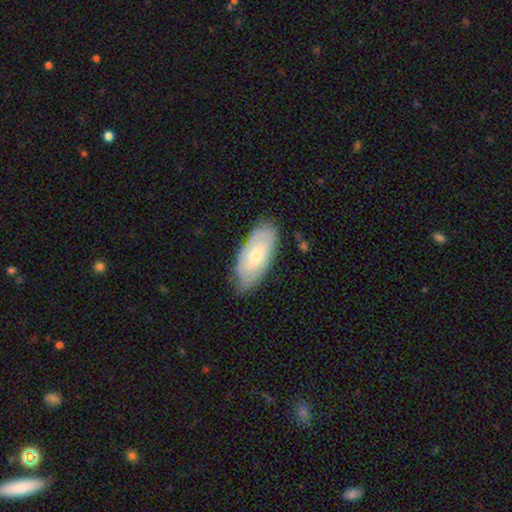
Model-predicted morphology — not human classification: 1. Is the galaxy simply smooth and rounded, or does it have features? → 57% smooth, 38% featured or disk, 6% star or artifact.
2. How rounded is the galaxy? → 89% in between, 9% cigar-shaped, 2% round.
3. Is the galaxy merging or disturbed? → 78% none, 18% minor disturbance, 3% major disturbance, 1% merger.